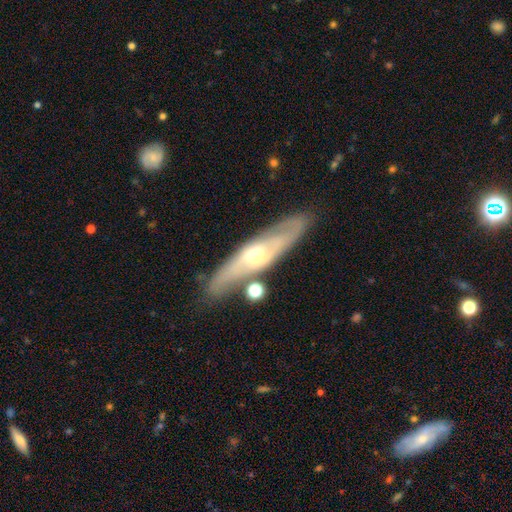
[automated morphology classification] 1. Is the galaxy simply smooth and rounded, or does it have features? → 72% featured or disk, 22% smooth, 6% star or artifact.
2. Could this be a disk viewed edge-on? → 58% no, 42% yes.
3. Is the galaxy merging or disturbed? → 79% none, 13% minor disturbance, 5% merger, 3% major disturbance.